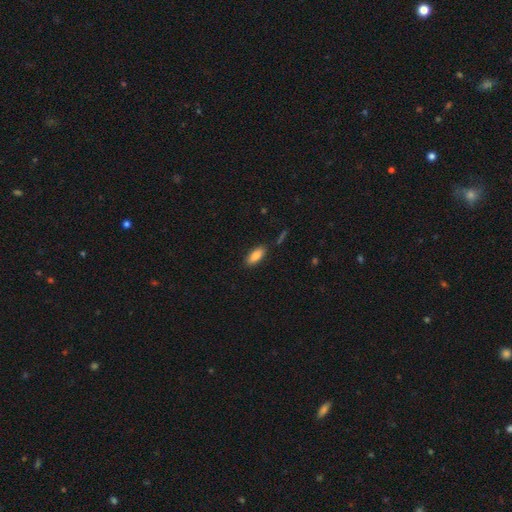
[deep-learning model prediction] Smooth or featured?
  - smooth: 83% *
  - featured or disk: 10%
  - star or artifact: 7%
How rounded?
  - in between: 81% *
  - cigar-shaped: 17%
  - round: 2%
Merging?
  - none: 86% *
  - minor disturbance: 10%
  - merger: 2%
  - major disturbance: 2%